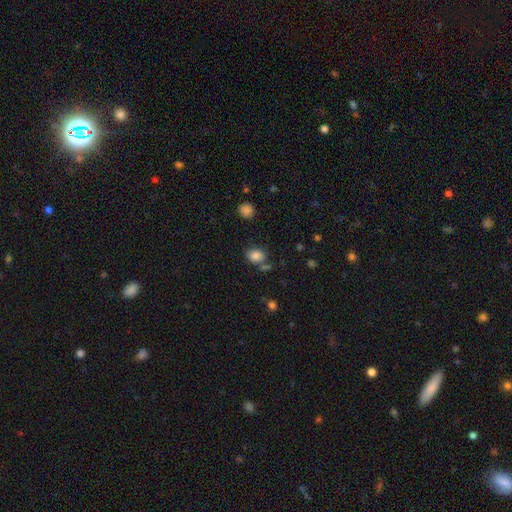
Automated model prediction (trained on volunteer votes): Smooth or featured? Predicted: smooth (p=0.84). How rounded? Predicted: in between (p=0.64). Merging? Predicted: none (p=0.65).